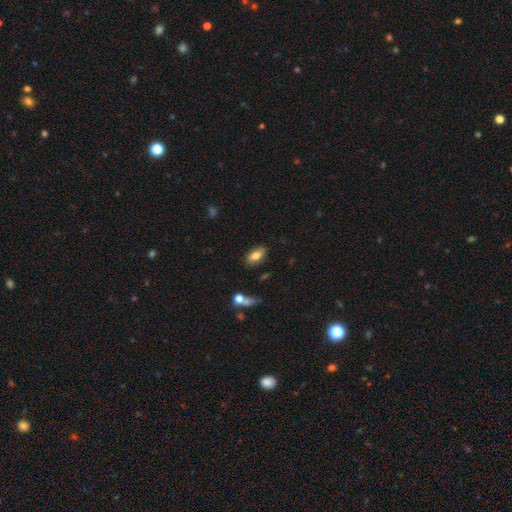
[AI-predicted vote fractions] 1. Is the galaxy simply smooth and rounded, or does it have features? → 74% smooth, 18% featured or disk, 8% star or artifact.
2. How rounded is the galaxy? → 86% in between, 9% cigar-shaped, 5% round.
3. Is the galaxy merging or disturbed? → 82% none, 12% minor disturbance, 3% merger, 3% major disturbance.